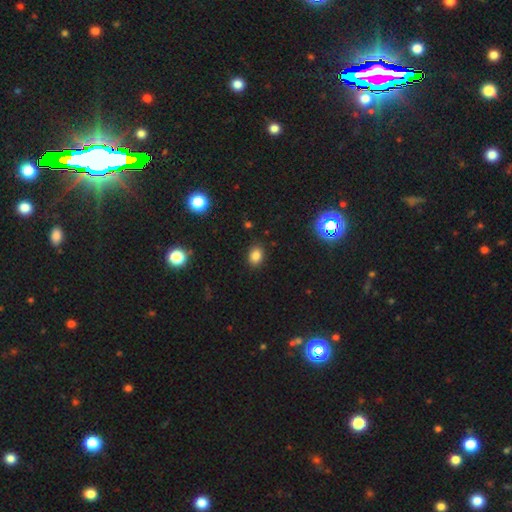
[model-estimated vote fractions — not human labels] smooth-or-featured: smooth: 80% | star or artifact: 14% | featured or disk: 5%
  how-rounded: in between: 60% | round: 39% | cigar-shaped: 1%
  merging: none: 87% | minor disturbance: 9% | major disturbance: 3% | merger: 1%